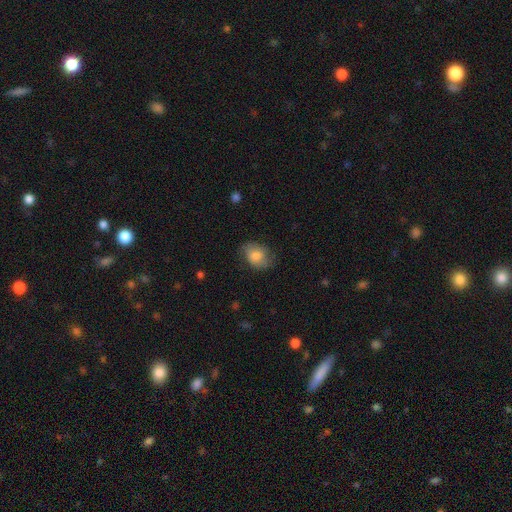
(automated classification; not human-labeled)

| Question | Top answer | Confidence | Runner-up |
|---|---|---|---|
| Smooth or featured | smooth | 72% | featured or disk (21%) |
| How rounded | in between | 67% | round (32%) |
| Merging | none | 68% | minor disturbance (23%) |